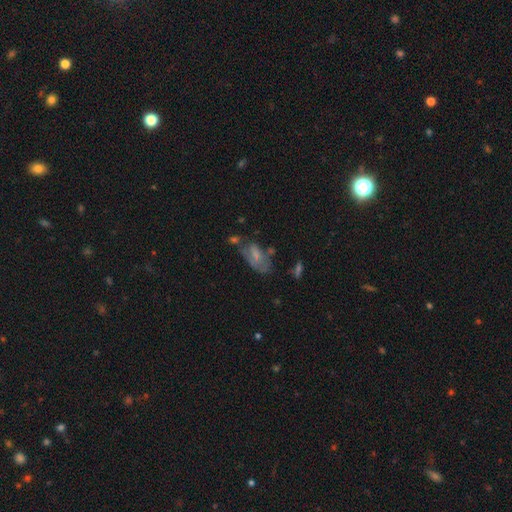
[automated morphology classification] smooth_or_featured: smooth (p=0.52) [alt: featured or disk p=0.37]
how_rounded: in between (p=0.89) [alt: cigar-shaped p=0.07]
merging: none (p=0.34) [alt: minor disturbance p=0.28]